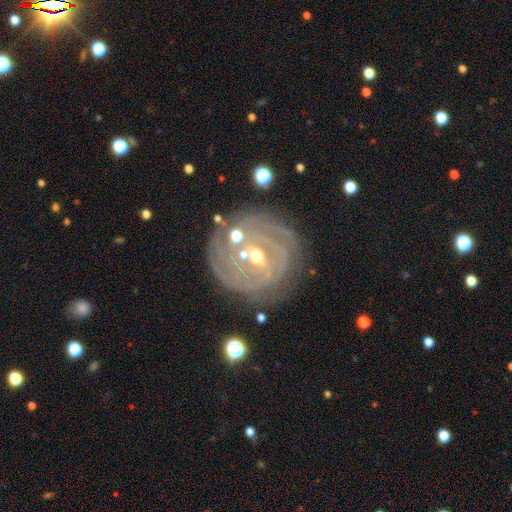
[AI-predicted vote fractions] Smooth or featured? Predicted: featured or disk (p=0.86). Edge-on disk? Predicted: no (p=0.97). Bar? Predicted: weak (p=0.47). Spiral arms? Predicted: yes (p=0.95). Spiral winding? Predicted: tight (p=0.82). Spiral arm count? Predicted: can't tell (p=0.27). Bulge size? Predicted: moderate (p=0.52). Merging? Predicted: none (p=0.73).